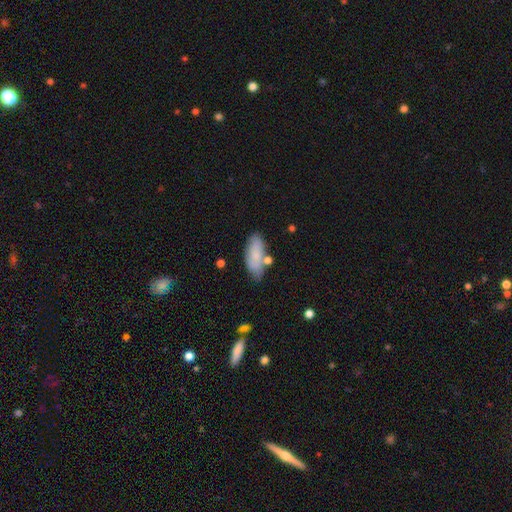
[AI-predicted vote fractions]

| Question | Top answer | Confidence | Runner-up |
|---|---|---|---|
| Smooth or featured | smooth | 78% | featured or disk (16%) |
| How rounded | in between | 80% | cigar-shaped (18%) |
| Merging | none | 67% | minor disturbance (20%) |